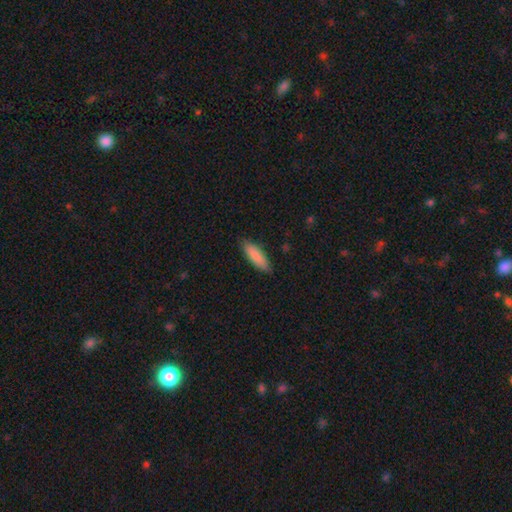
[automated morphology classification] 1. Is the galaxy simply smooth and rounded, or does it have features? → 87% smooth, 7% featured or disk, 6% star or artifact.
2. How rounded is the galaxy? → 50% cigar-shaped, 49% in between, 1% round.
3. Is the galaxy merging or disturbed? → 85% none, 12% minor disturbance, 2% major disturbance, 1% merger.